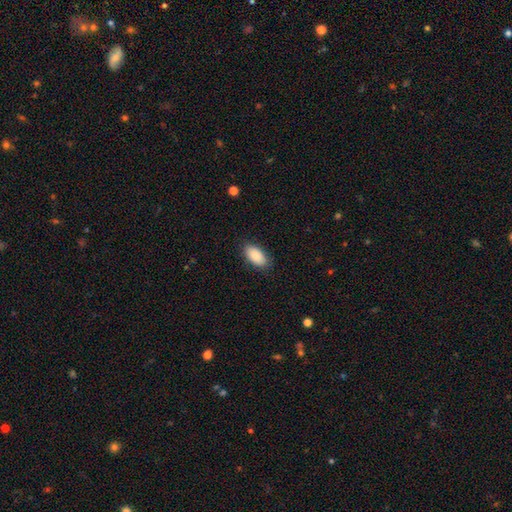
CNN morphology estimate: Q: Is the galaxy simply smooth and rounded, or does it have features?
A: smooth — 90%.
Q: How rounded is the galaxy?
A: in between — 94%.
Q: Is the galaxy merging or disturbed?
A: none — 86%.